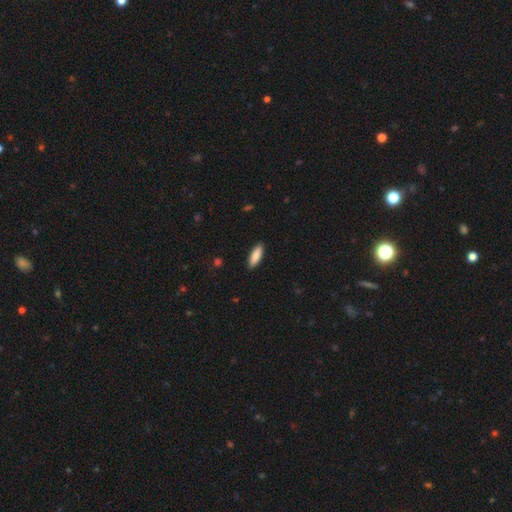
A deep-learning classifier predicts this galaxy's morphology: This is clearly a smooth galaxy (87%). How rounded: possibly in between (54%). Merging: clearly none (90%).